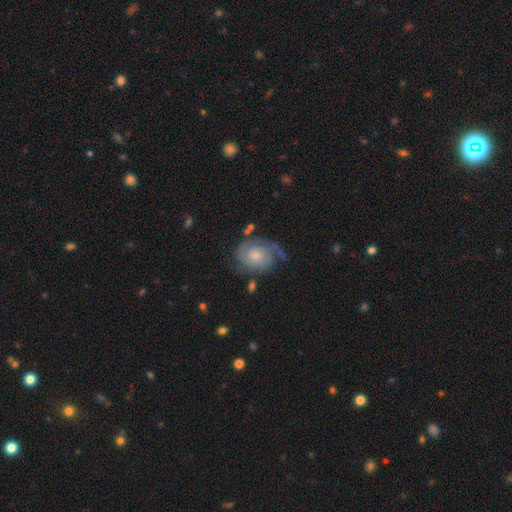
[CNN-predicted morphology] Smooth or featured: featured or disk — 75% (smooth — 19%)
Edge-on disk: no — 98% (yes — 2%)
Bar: no — 75% (weak — 22%)
Spiral arms: yes — 94% (no — 6%)
Spiral winding: tight — 59% (medium — 29%)
Spiral arm count: 2 — 60% (can't tell — 17%)
Bulge size: small — 49% (moderate — 39%)
Merging: none — 61% (minor disturbance — 21%)